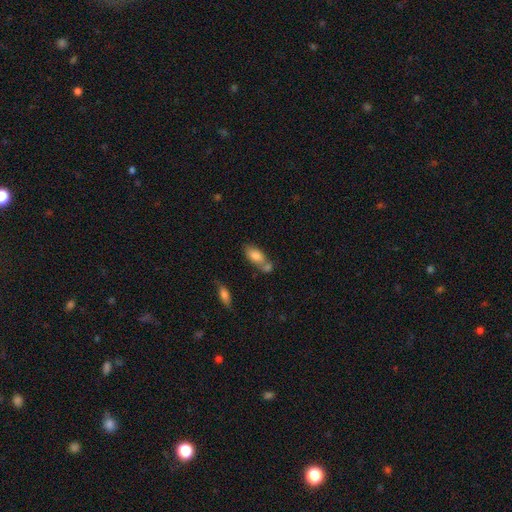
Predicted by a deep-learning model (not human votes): A smooth galaxy with no disk features (80%) that is in between round and cigar-shaped (87%). Merging: none (43%).